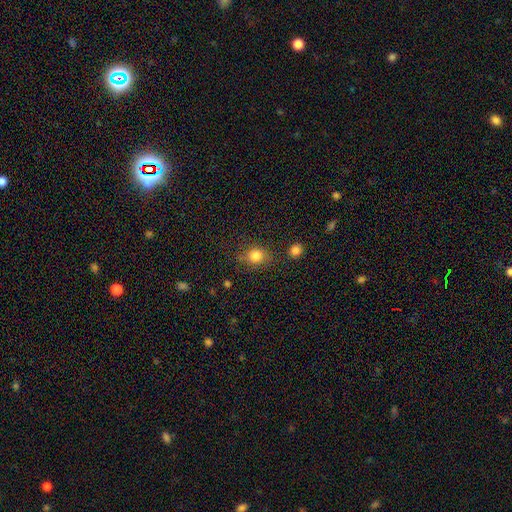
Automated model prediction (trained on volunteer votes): Smooth or featured?
  - smooth: 82% *
  - star or artifact: 12%
  - featured or disk: 7%
How rounded?
  - round: 70% *
  - in between: 29%
  - cigar-shaped: 1%
Merging?
  - none: 74% *
  - minor disturbance: 16%
  - major disturbance: 6%
  - merger: 4%